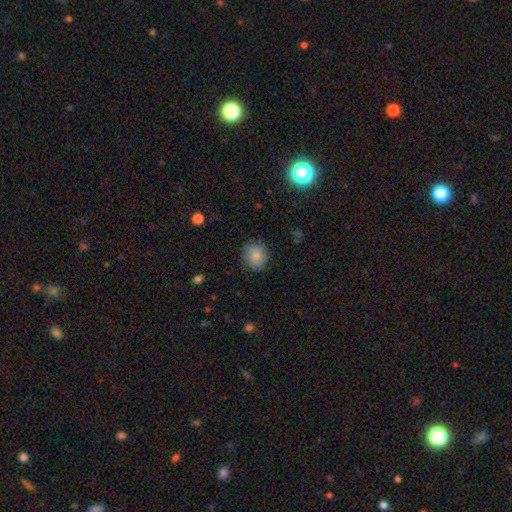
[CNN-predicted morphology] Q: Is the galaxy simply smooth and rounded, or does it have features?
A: smooth — 84%.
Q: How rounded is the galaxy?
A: round — 80%.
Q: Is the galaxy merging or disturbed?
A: none — 83%.